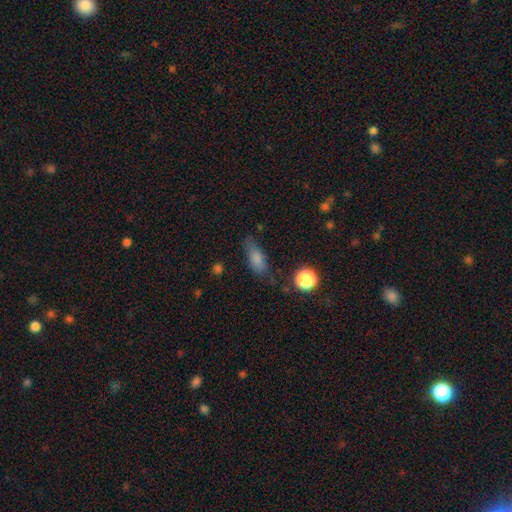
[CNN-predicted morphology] type=smooth (75%); roundness=in between (69%); merging=none (68%).